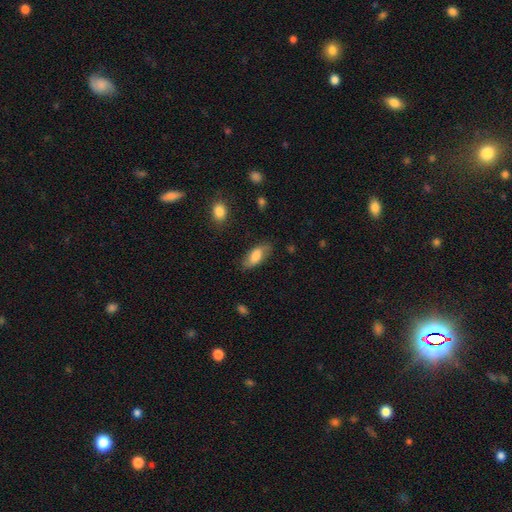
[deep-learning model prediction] This is likely a smooth galaxy (71%). How rounded: clearly in between (84%). Merging: likely none (77%).